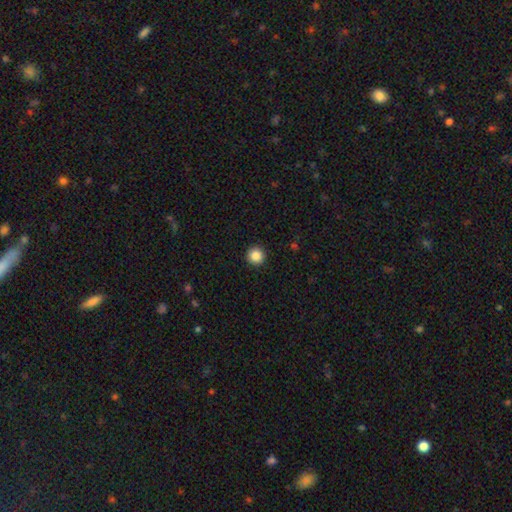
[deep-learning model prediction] A smooth galaxy with no disk features (86%) that is round (96%). Merging: none (93%).